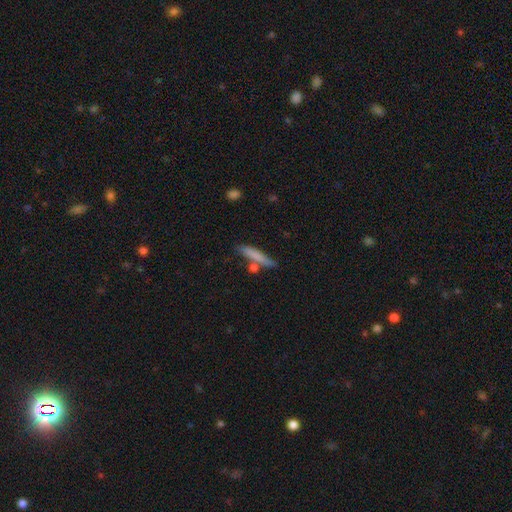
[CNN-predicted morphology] smooth 74%, featured or disk 20%, star or artifact 6%. Down the decision tree: how rounded — cigar-shaped (91%); merging — none (73%).